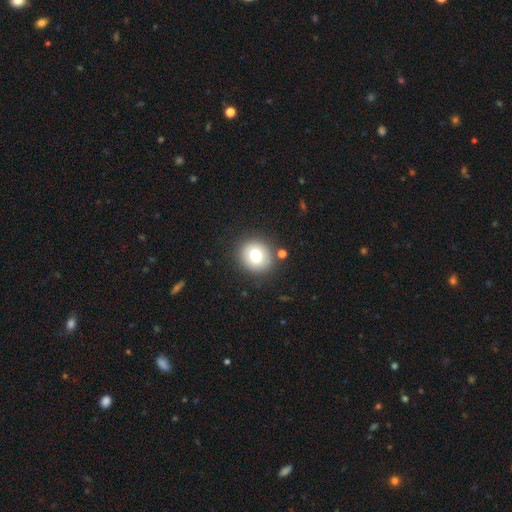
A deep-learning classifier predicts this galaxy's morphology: Overall: smooth (73%). How rounded: round (86%). Merging: none (86%).